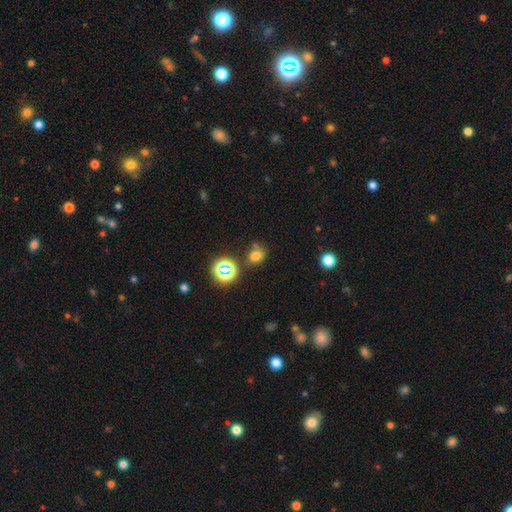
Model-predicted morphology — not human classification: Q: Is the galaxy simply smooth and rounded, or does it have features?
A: smooth — 68%.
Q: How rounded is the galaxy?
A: in between — 51%.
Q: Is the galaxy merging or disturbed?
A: none — 62%.